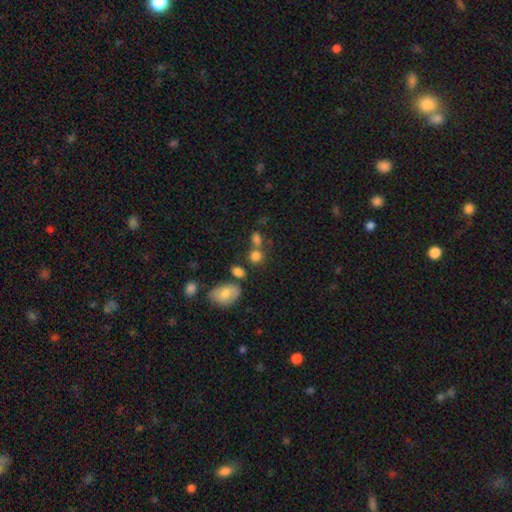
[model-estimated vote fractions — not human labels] Morphology: type=smooth (81%); roundness=round (68%); merging=none (53%).